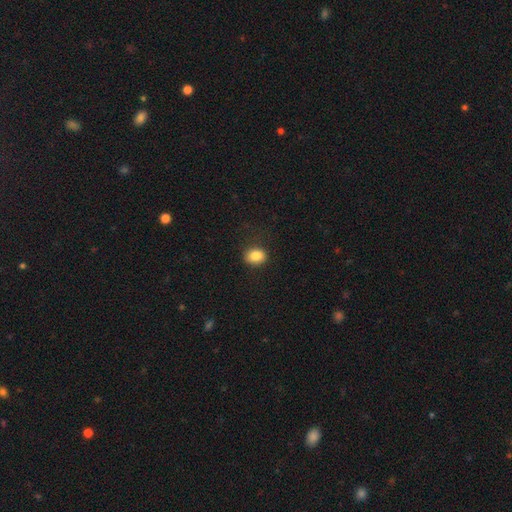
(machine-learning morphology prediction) smooth 84%, star or artifact 9%, featured or disk 7%. Down the decision tree: how rounded — in between (52%); merging — none (85%).